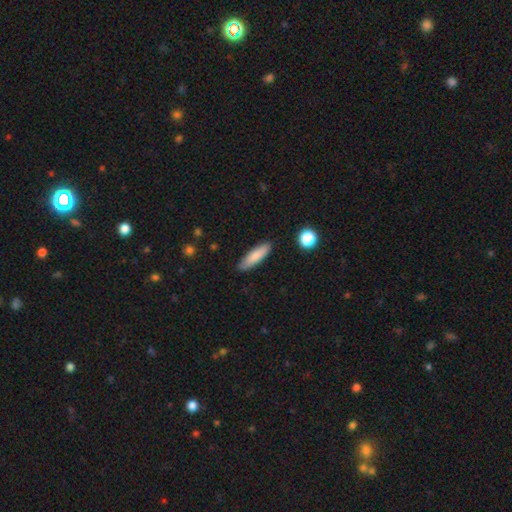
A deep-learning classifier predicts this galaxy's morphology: smooth 81%, featured or disk 13%, star or artifact 6%. Down the decision tree: how rounded — cigar-shaped (65%); merging — none (86%).